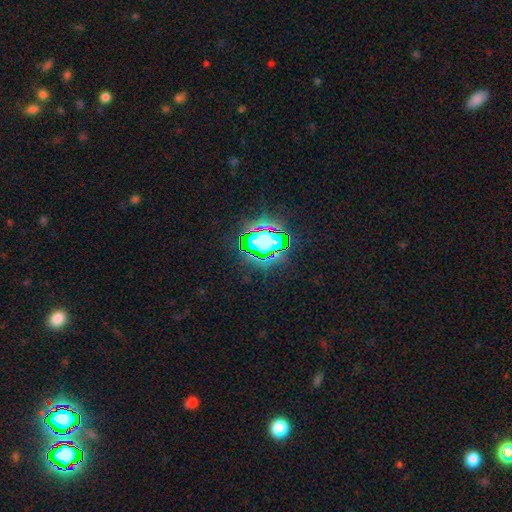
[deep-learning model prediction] Morphology: type=star or artifact (82%).